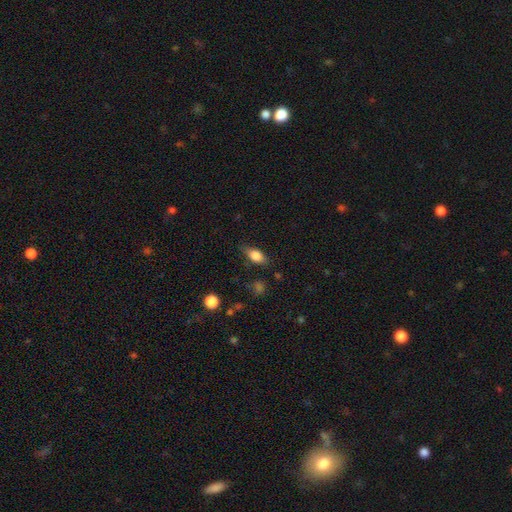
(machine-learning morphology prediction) The model was most divided on "merging": none: 76%, minor disturbance: 18%, major disturbance: 4%, merger: 2%. More confident: how rounded — in between (83%); smooth or featured — smooth (79%).